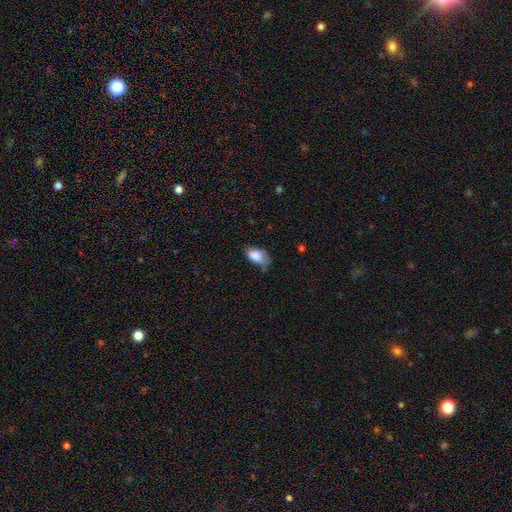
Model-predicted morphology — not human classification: type=smooth (85%); roundness=in between (90%); merging=none (43%).